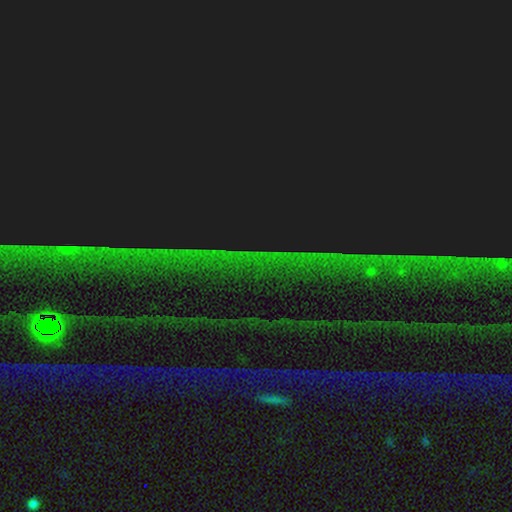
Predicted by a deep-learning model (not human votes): star or artifact 88%, featured or disk 6%, smooth 5%.